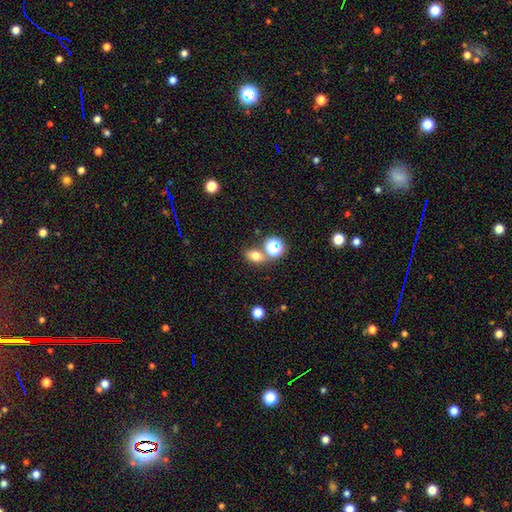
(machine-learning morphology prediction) Smooth or featured? smooth (72%)
How rounded? in between (66%)
Merging? none (63%)